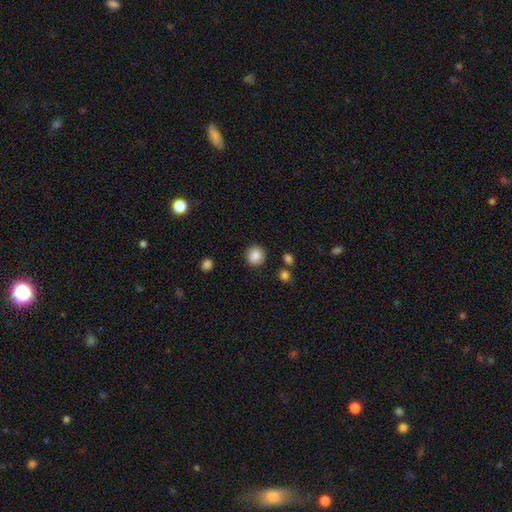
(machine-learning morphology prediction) smooth_or_featured: smooth (p=0.86) [alt: star or artifact p=0.09]
how_rounded: round (p=0.87) [alt: in between p=0.12]
merging: none (p=0.87) [alt: minor disturbance p=0.08]